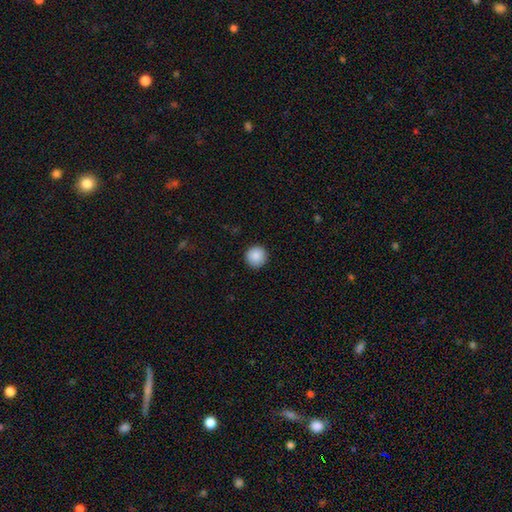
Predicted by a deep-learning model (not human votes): smooth 89%, star or artifact 8%, featured or disk 3%. Down the decision tree: how rounded — round (96%); merging — none (92%).